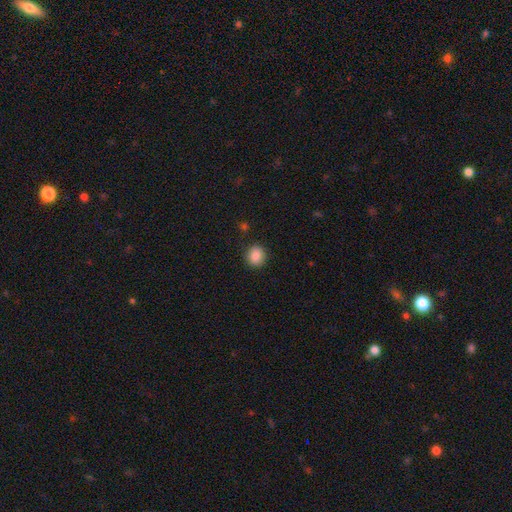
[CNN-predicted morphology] A smooth galaxy with no disk features (88%) that is round (81%). Merging: none (89%).